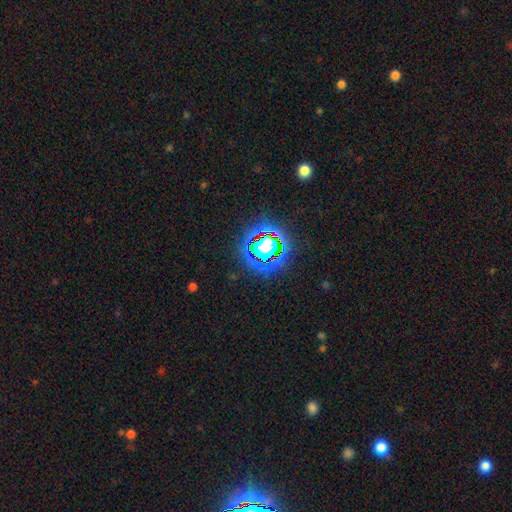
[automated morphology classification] The model was most divided on "smooth or featured": star or artifact: 71%, smooth: 18%, featured or disk: 11%.